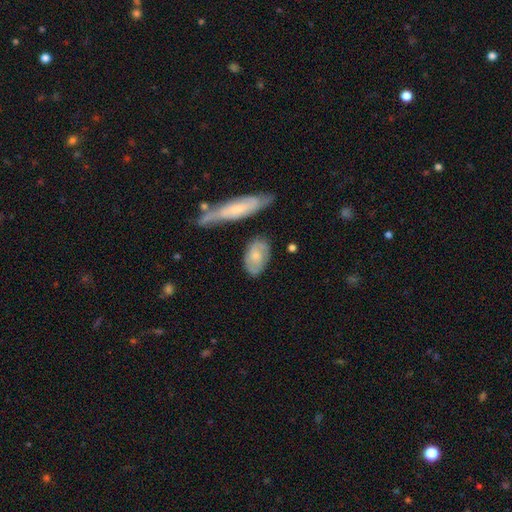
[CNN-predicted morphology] Smooth or featured: smooth — 50% (featured or disk — 44%)
Merging: none — 66% (minor disturbance — 21%)